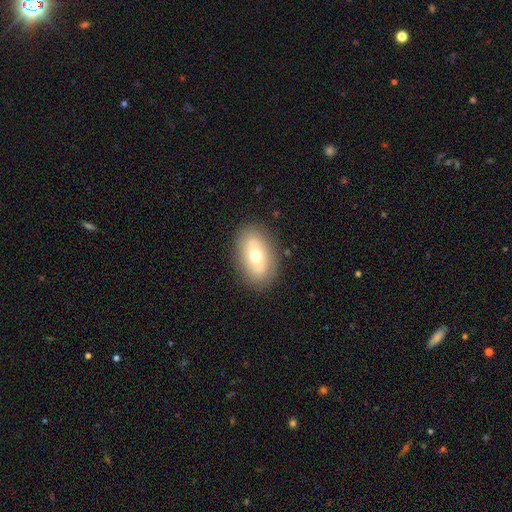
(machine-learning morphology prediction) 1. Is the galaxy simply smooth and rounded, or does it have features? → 57% smooth, 35% featured or disk, 8% star or artifact.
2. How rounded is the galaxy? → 87% in between, 11% round, 2% cigar-shaped.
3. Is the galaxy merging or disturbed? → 85% none, 11% minor disturbance, 3% major disturbance, 1% merger.